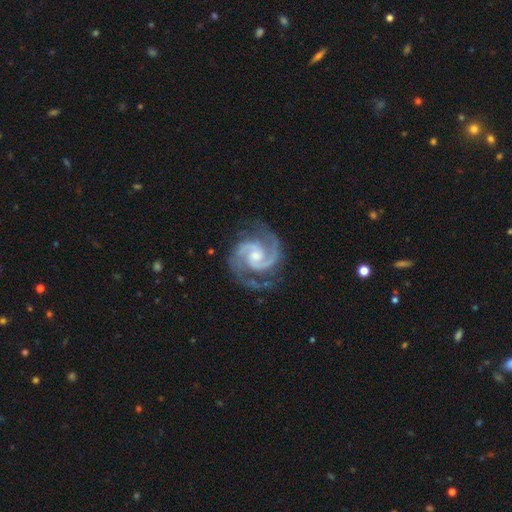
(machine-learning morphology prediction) This is clearly a featured or disk galaxy (94%). It is clearly not viewed edge-on (98%). Bar: possibly no (55%). Spiral arm pattern: clearly yes (99%). Spiral arm count: clearly 2 (90%). Spiral winding: possibly medium (55%). Central bulge: possibly moderate (49%). Merging: likely none (77%).